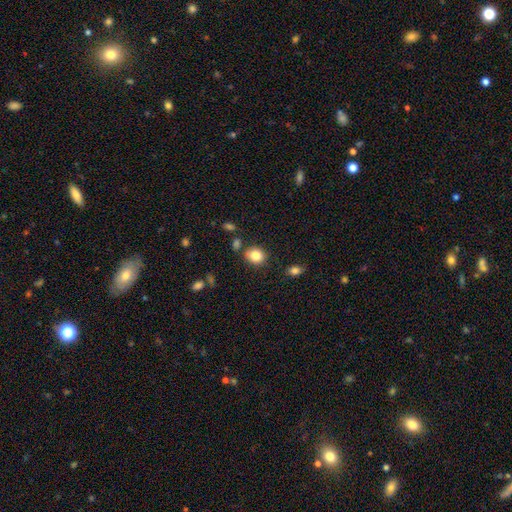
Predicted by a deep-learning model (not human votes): Smooth or featured: smooth — 83% (star or artifact — 10%)
How rounded: round — 65% (in between — 34%)
Merging: none — 79% (minor disturbance — 12%)